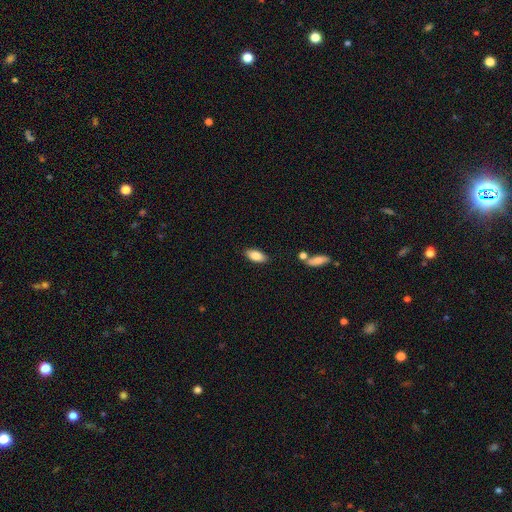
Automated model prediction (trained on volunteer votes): The model was most divided on "merging": none: 84%, minor disturbance: 11%, merger: 3%, major disturbance: 2%. More confident: how rounded — in between (89%); smooth or featured — smooth (84%).